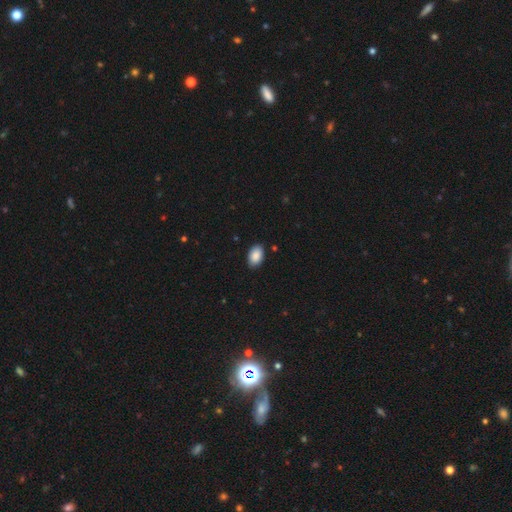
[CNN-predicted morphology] This is clearly a smooth galaxy (89%). How rounded: clearly in between (93%). Merging: clearly none (87%).